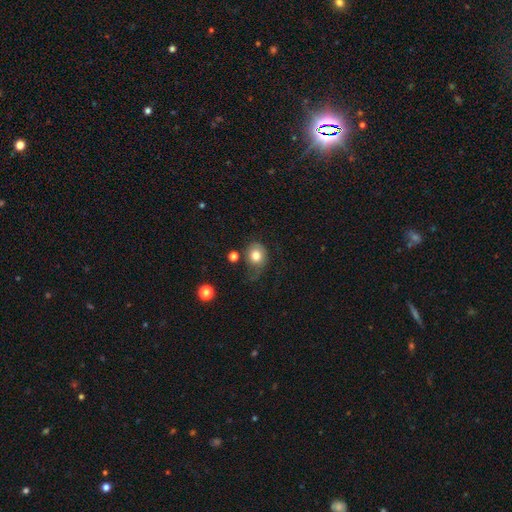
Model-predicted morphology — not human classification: type=smooth (77%); roundness=round (68%); merging=none (49%).